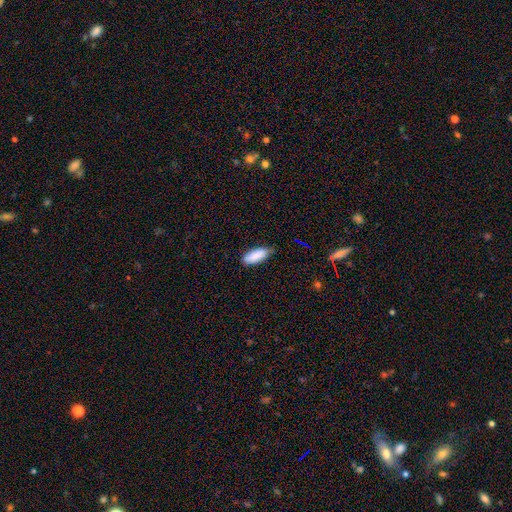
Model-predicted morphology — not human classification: Smooth or featured?
  - smooth: 88% *
  - star or artifact: 6%
  - featured or disk: 6%
How rounded?
  - in between: 76% *
  - cigar-shaped: 22%
  - round: 2%
Merging?
  - none: 75% *
  - minor disturbance: 20%
  - major disturbance: 3%
  - merger: 1%